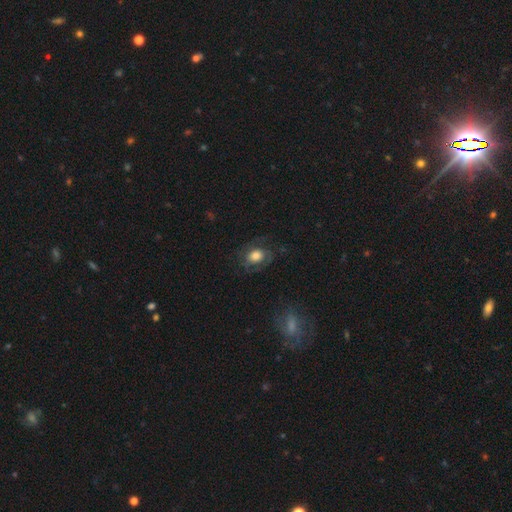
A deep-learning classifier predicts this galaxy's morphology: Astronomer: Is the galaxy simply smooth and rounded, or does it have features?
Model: smooth — 52% (runner-up: featured or disk, 39%).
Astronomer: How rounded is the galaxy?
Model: in between — 58% (runner-up: round, 40%).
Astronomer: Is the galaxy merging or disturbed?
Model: none — 65%.